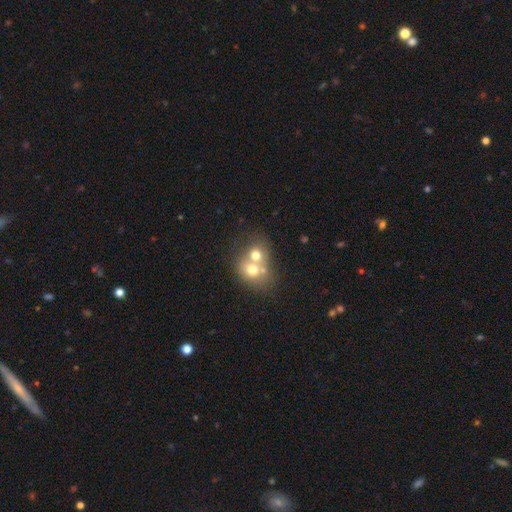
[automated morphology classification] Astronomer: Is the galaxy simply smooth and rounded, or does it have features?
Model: smooth — 63%.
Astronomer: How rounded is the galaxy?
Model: round — 64%.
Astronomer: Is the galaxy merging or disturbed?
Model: merger — 66%.